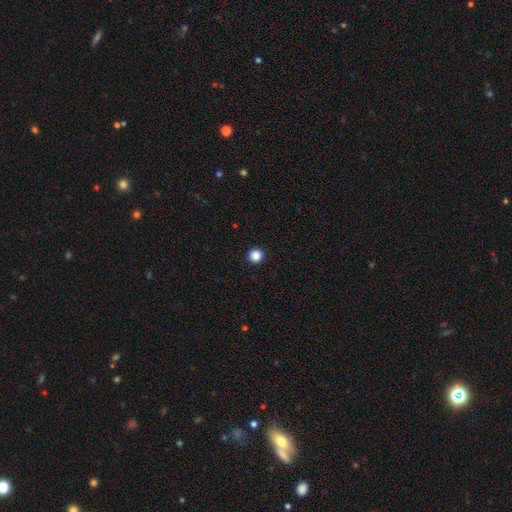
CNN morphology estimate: Smooth or featured? smooth (87%)
How rounded? round (96%)
Merging? none (94%)